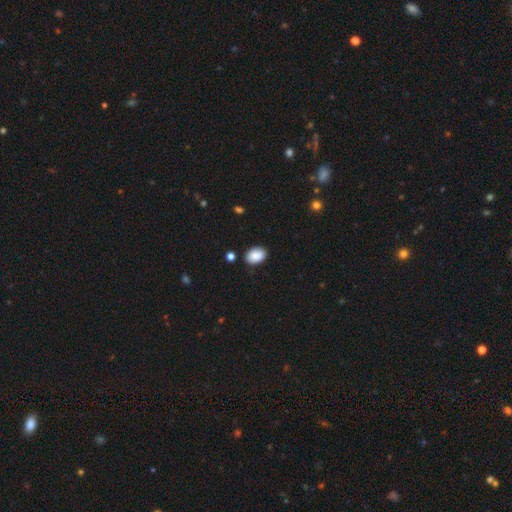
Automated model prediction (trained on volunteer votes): smooth 89%, star or artifact 7%, featured or disk 4%. Down the decision tree: how rounded — in between (85%); merging — none (83%).